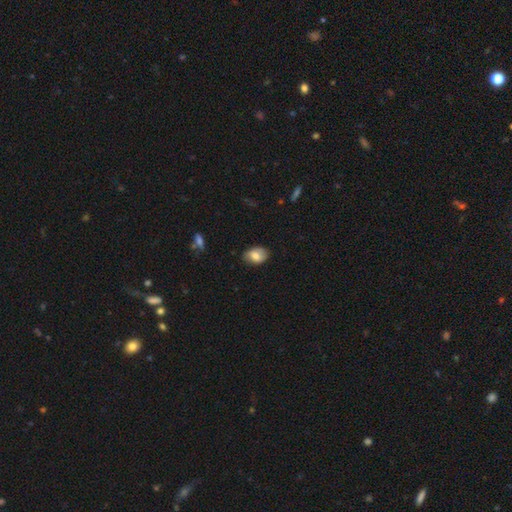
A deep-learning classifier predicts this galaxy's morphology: This appears to be a smooth galaxy with no disk features (79%) that is in between round and cigar-shaped (84%). Merging: none (79%).